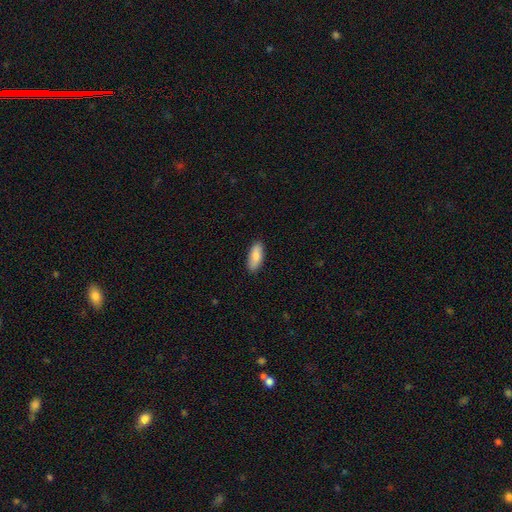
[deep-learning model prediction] This is clearly a smooth galaxy (84%). How rounded: likely in between (79%). Merging: clearly none (88%).